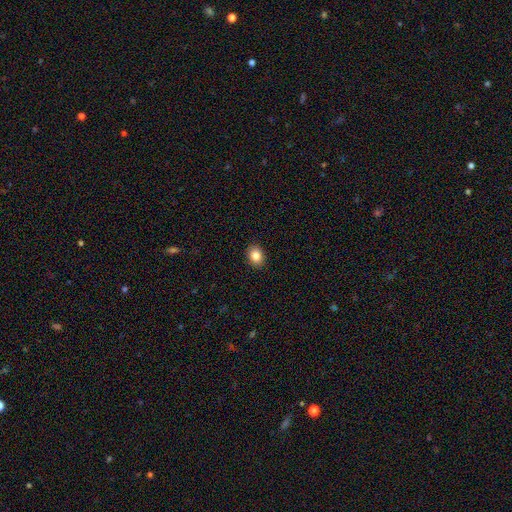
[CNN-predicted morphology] smooth-or-featured: smooth: 84% | star or artifact: 9% | featured or disk: 6%
  how-rounded: in between: 57% | round: 42% | cigar-shaped: 1%
  merging: none: 91% | minor disturbance: 7% | major disturbance: 2% | merger: 1%